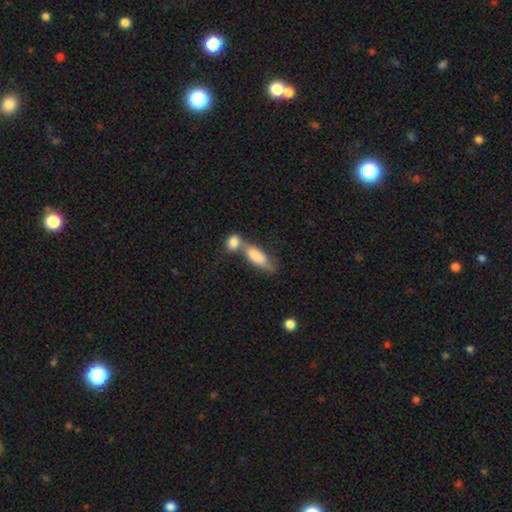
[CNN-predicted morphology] Smooth or featured?
  - smooth: 76% *
  - featured or disk: 16%
  - star or artifact: 8%
How rounded?
  - in between: 71% *
  - cigar-shaped: 25%
  - round: 4%
Merging?
  - merger: 56% *
  - none: 25%
  - minor disturbance: 12%
  - major disturbance: 7%